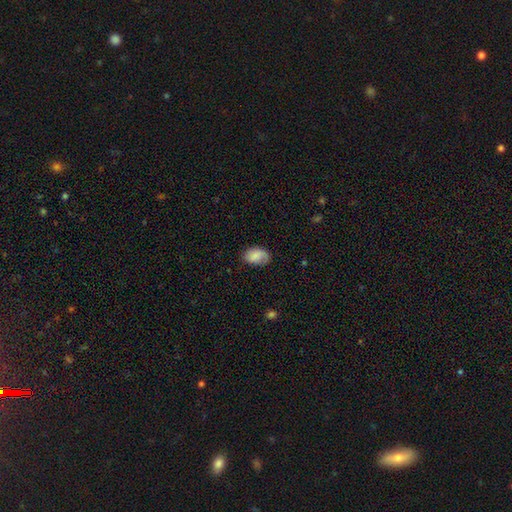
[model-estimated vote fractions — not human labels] smooth-or-featured: smooth: 78% | featured or disk: 14% | star or artifact: 8%
  how-rounded: in between: 87% | round: 12% | cigar-shaped: 1%
  merging: none: 67% | minor disturbance: 24% | major disturbance: 7% | merger: 1%